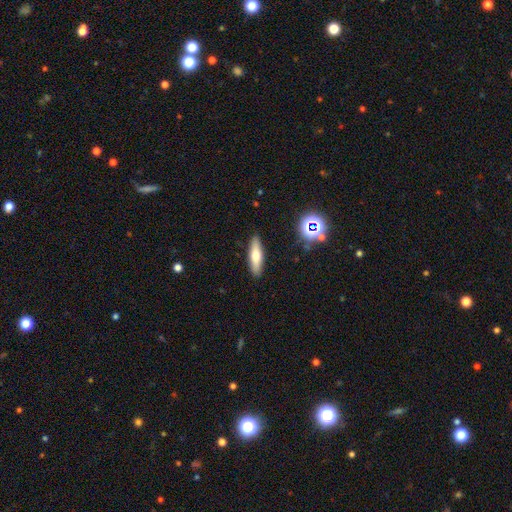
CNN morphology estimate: Smooth or featured?
  - smooth: 57% *
  - featured or disk: 34%
  - star or artifact: 8%
How rounded?
  - cigar-shaped: 67% *
  - in between: 31%
  - round: 2%
Merging?
  - none: 89% *
  - minor disturbance: 8%
  - major disturbance: 2%
  - merger: 1%